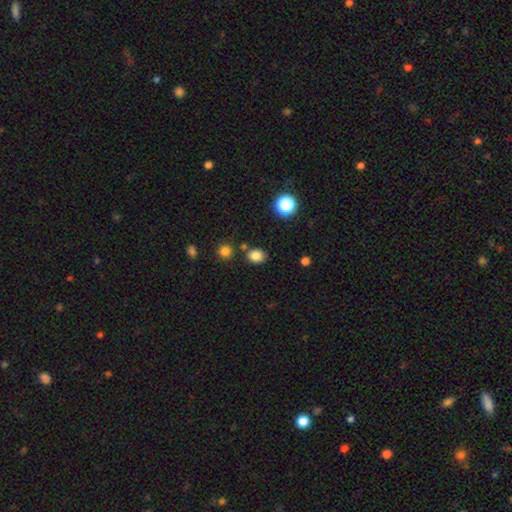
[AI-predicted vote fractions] Morphology: type=smooth (82%); roundness=round (51%); merging=none (80%).